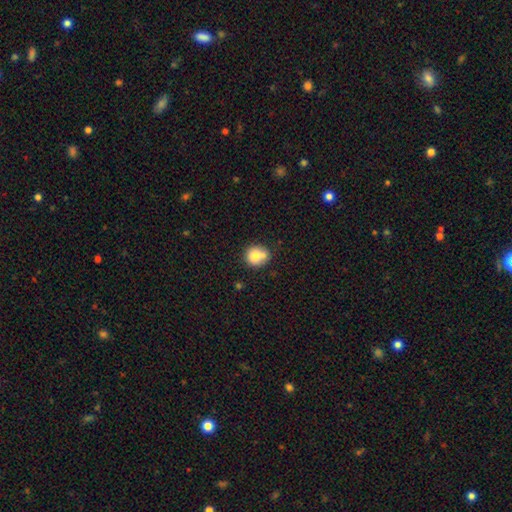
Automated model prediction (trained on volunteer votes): Smooth or featured?
  - smooth: 76% *
  - featured or disk: 15%
  - star or artifact: 9%
How rounded?
  - round: 82% *
  - in between: 17%
  - cigar-shaped: 1%
Merging?
  - none: 53% *
  - merger: 28%
  - minor disturbance: 15%
  - major disturbance: 4%